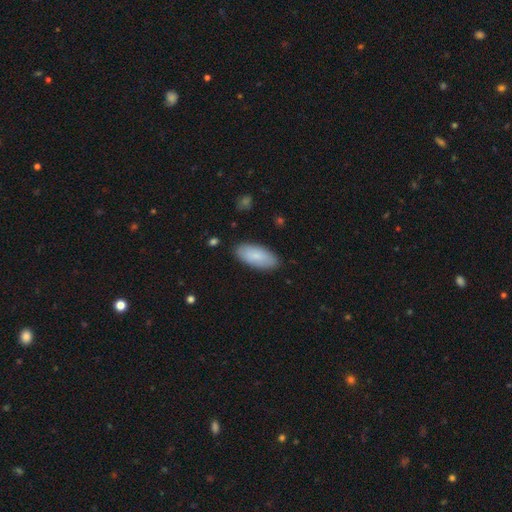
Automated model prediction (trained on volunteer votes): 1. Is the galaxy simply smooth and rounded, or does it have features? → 85% smooth, 9% featured or disk, 6% star or artifact.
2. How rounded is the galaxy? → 88% in between, 11% cigar-shaped, 2% round.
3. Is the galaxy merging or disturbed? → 87% none, 10% minor disturbance, 2% major disturbance, 1% merger.